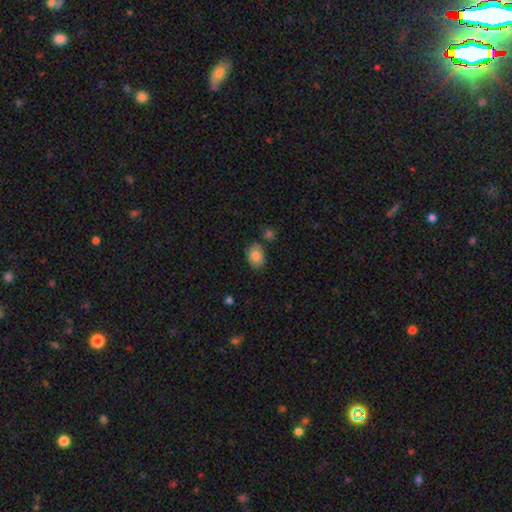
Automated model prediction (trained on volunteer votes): Morphology: type=smooth (84%); roundness=in between (78%); merging=none (76%).